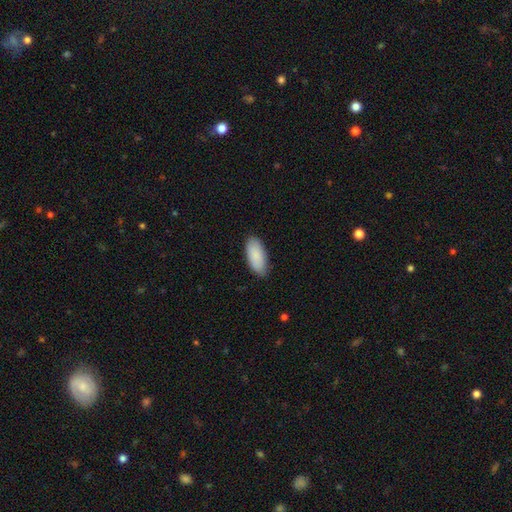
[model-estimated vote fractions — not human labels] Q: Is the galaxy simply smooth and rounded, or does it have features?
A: smooth — 88%.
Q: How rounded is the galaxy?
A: in between — 90%.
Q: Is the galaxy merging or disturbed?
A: none — 82%.